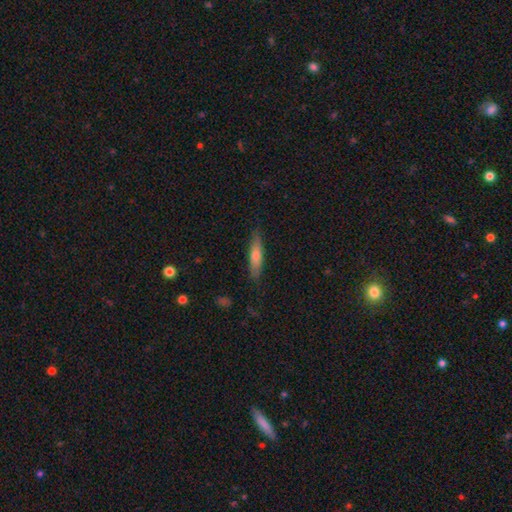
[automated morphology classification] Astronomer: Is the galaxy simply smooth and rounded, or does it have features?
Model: smooth — 60%.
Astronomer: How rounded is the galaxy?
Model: cigar-shaped — 76%.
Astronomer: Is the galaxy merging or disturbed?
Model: none — 85%.